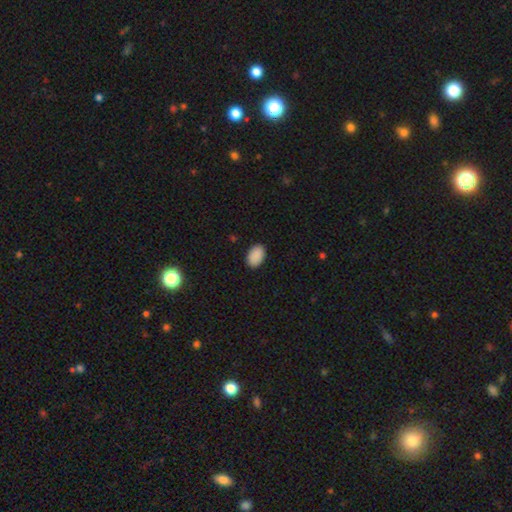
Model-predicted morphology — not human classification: Overall: smooth (90%). How rounded: in between (90%). Merging: none (89%).